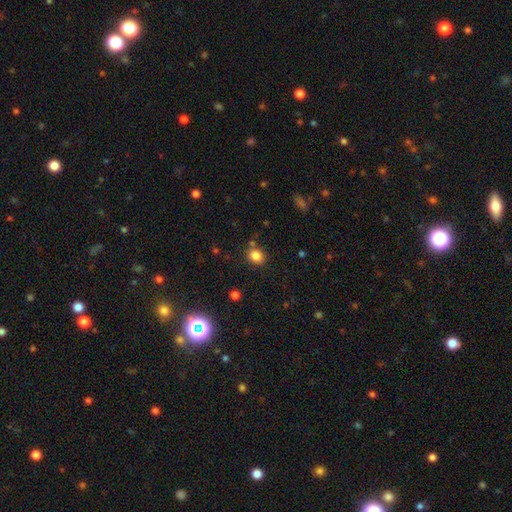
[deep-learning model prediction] Morphology: type=smooth (83%); roundness=round (61%); merging=none (79%).